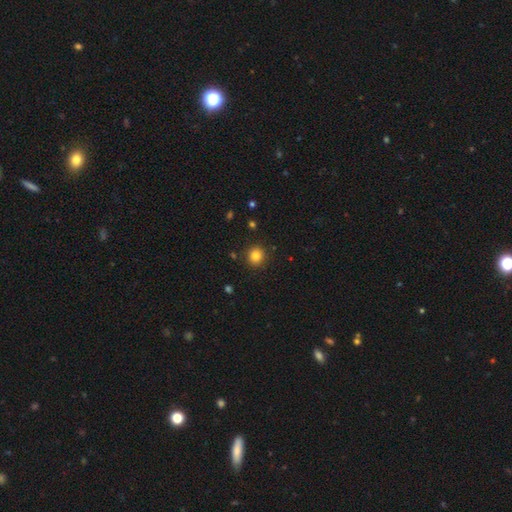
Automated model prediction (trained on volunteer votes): Smooth or featured: smooth — 82% (star or artifact — 12%)
How rounded: round — 92% (in between — 7%)
Merging: none — 90% (minor disturbance — 6%)